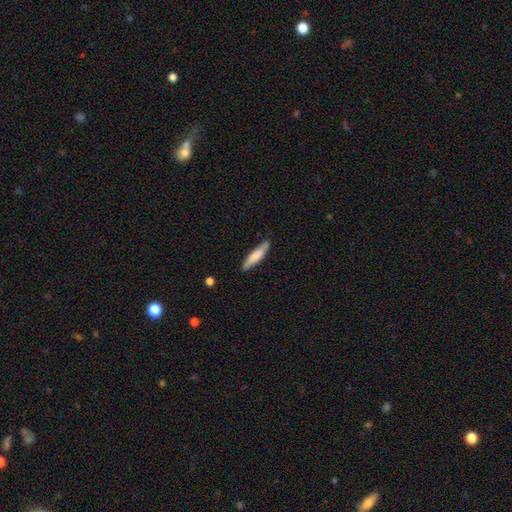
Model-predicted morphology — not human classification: Overall: smooth (72%). How rounded: cigar-shaped (83%). Merging: none (81%).